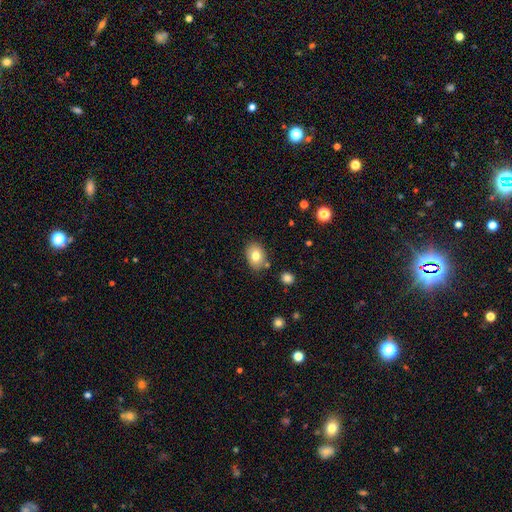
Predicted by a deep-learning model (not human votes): Q: Smooth or featured?
A: smooth (79%); runner-up: featured or disk (12%)
Q: How rounded?
A: in between (71%); runner-up: round (28%)
Q: Merging?
A: none (80%); runner-up: minor disturbance (12%)